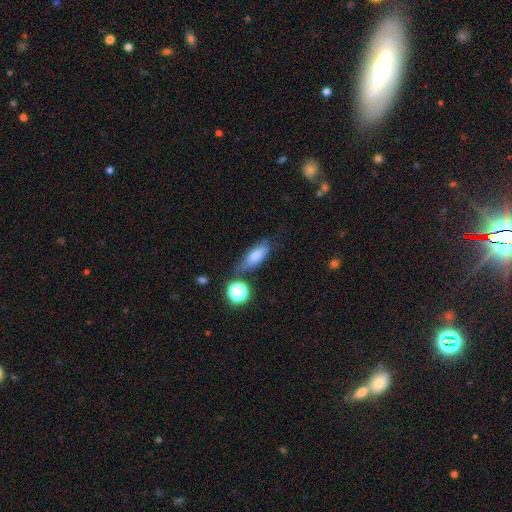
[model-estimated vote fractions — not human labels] Smooth or featured: smooth — 76% (featured or disk — 13%)
How rounded: in between — 71% (cigar-shaped — 23%)
Merging: none — 59% (minor disturbance — 24%)